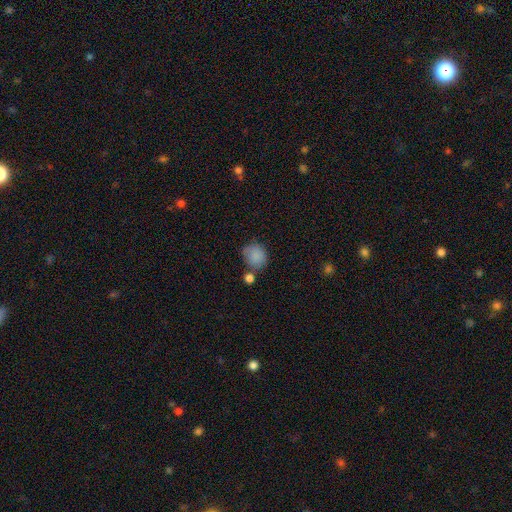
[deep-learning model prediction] Morphology: type=smooth (85%); roundness=round (75%); merging=none (62%).